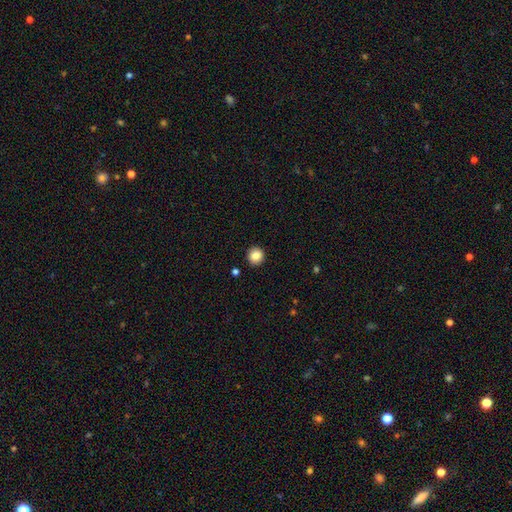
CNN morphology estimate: Q: Smooth or featured?
A: smooth (85%); runner-up: star or artifact (9%)
Q: How rounded?
A: round (94%); runner-up: in between (5%)
Q: Merging?
A: none (92%); runner-up: minor disturbance (5%)